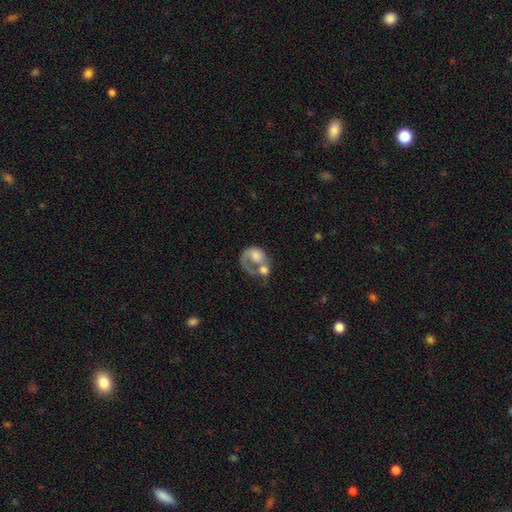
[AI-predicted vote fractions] featured or disk 59%, smooth 34%, star or artifact 7%. Down the decision tree: edge-on disk — no (98%); bar — no (81%); spiral arms — yes (64%); bulge size — moderate (40%); merging — merger (53%).